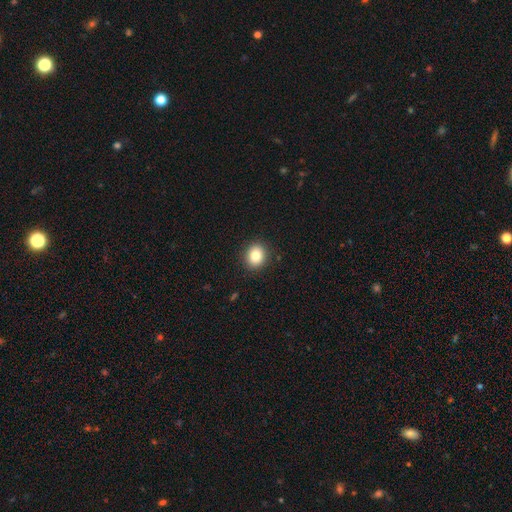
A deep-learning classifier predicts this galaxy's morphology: Smooth or featured: smooth — 83% (star or artifact — 10%)
How rounded: round — 70% (in between — 29%)
Merging: none — 90% (minor disturbance — 7%)